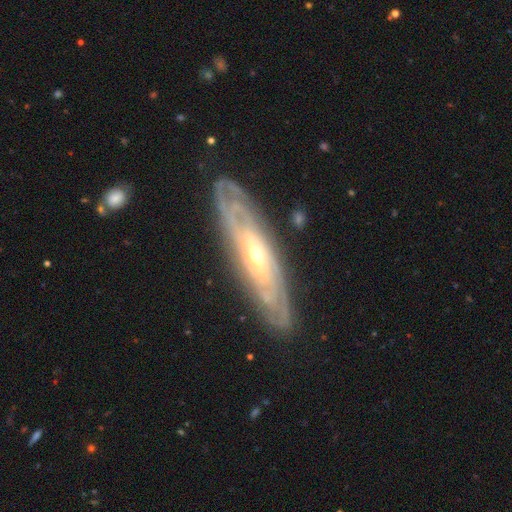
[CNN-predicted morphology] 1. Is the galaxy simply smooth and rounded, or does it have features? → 83% featured or disk, 11% smooth, 5% star or artifact.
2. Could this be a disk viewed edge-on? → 71% no, 29% yes.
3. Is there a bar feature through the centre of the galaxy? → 60% no, 28% weak, 12% strong.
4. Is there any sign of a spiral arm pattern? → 87% yes, 13% no.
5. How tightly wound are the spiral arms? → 76% tight, 19% medium, 5% loose.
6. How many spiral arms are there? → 61% can't tell, 12% 2, 8% 3, 8% 4, 7% more than 4, 4% 1.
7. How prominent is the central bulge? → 58% small, 38% moderate, 2% large, 1% none, 1% dominant.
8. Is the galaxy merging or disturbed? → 83% none, 12% minor disturbance, 3% major disturbance, 1% merger.